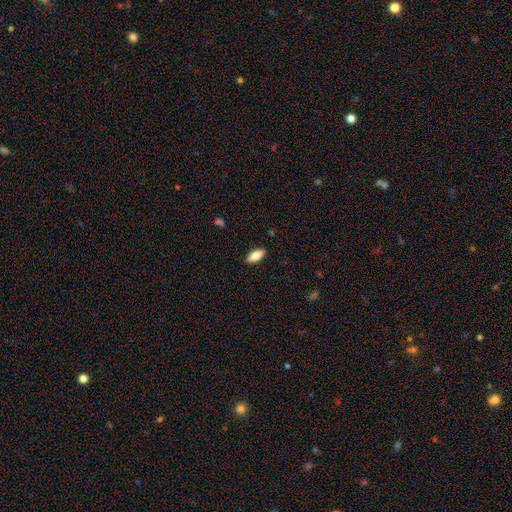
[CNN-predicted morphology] Smooth or featured? smooth (76%)
How rounded? in between (83%)
Merging? none (89%)